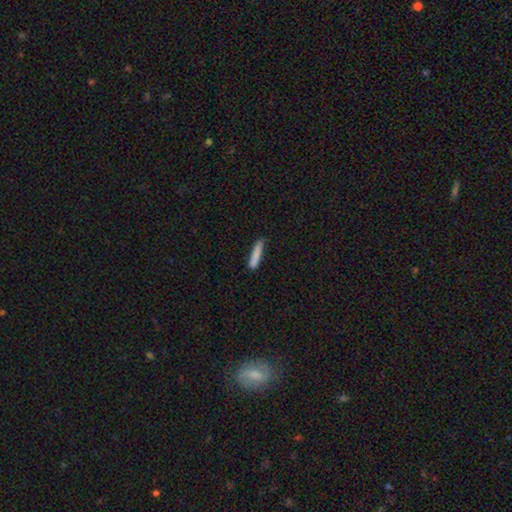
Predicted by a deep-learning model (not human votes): A smooth galaxy with no disk features (83%) that is cigar-shaped (90%). Merging: none (75%).